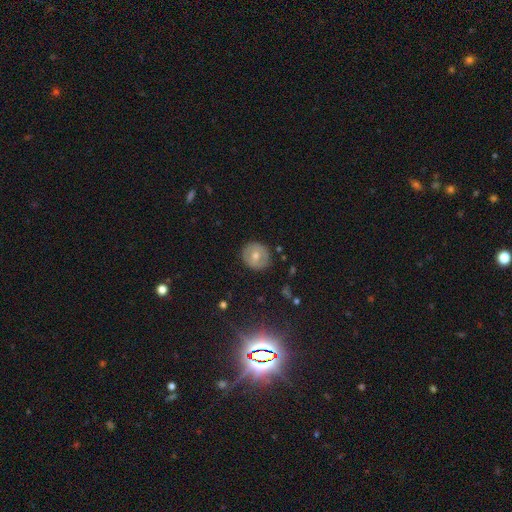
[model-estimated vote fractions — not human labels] smooth 57%, featured or disk 35%, star or artifact 8%. Down the decision tree: how rounded — round (89%); merging — none (87%).